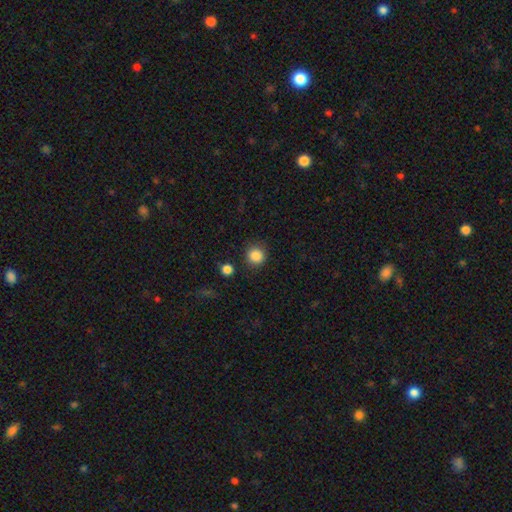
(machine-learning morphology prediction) Smooth or featured: smooth — 86% (star or artifact — 10%)
How rounded: round — 91% (in between — 8%)
Merging: none — 86% (minor disturbance — 8%)